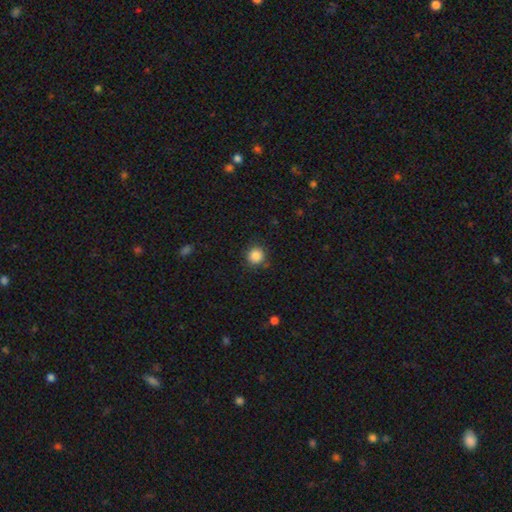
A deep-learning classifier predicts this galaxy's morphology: Q: Smooth or featured?
A: smooth (86%); runner-up: star or artifact (10%)
Q: How rounded?
A: round (93%); runner-up: in between (6%)
Q: Merging?
A: none (86%); runner-up: minor disturbance (10%)